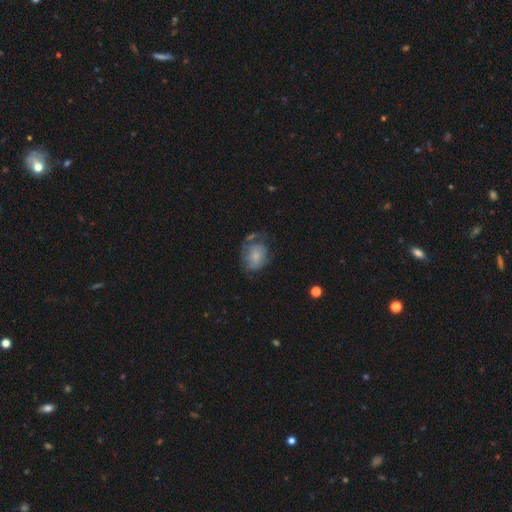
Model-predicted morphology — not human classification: smooth-or-featured: smooth: 63% | featured or disk: 28% | star or artifact: 8%
  how-rounded: in between: 50% | round: 49% | cigar-shaped: 1%
  merging: none: 38% | minor disturbance: 30% | major disturbance: 25% | merger: 7%